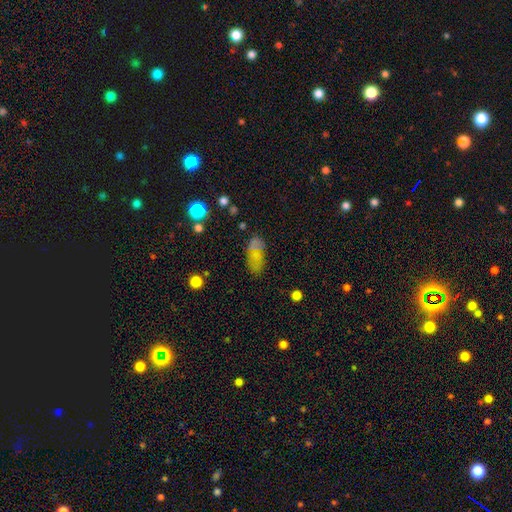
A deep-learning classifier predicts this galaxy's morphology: Smooth or featured: smooth — 73% (featured or disk — 14%)
How rounded: in between — 85% (cigar-shaped — 11%)
Merging: none — 65% (minor disturbance — 19%)